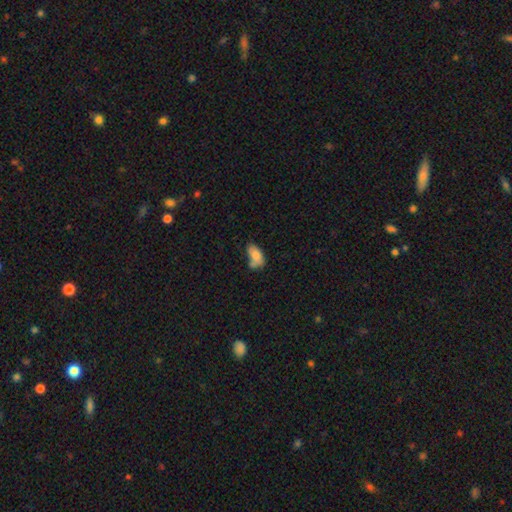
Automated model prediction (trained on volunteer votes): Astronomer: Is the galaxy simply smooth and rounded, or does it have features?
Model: smooth — 78%.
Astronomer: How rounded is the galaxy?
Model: in between — 91%.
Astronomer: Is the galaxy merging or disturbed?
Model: none — 37% (runner-up: minor disturbance, 28%).